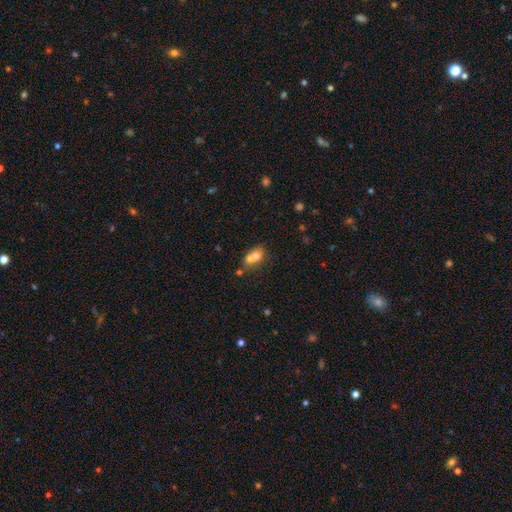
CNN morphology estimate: Smooth or featured? Predicted: smooth (p=0.68). How rounded? Predicted: round (p=0.51). Merging? Predicted: merger (p=0.62).